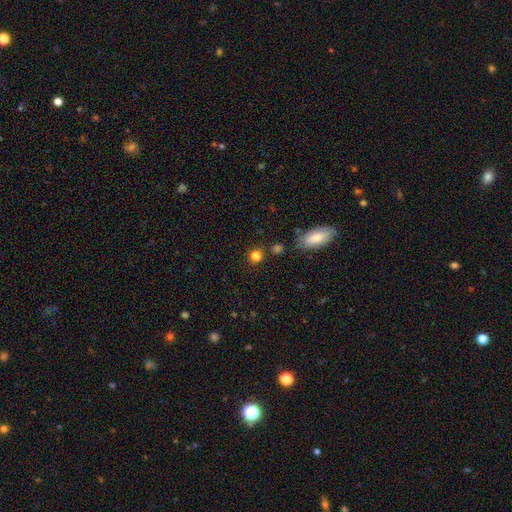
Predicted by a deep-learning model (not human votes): The model was most divided on "how rounded": round: 80%, in between: 18%, cigar-shaped: 1%. More confident: smooth or featured — smooth (83%); merging — none (79%).